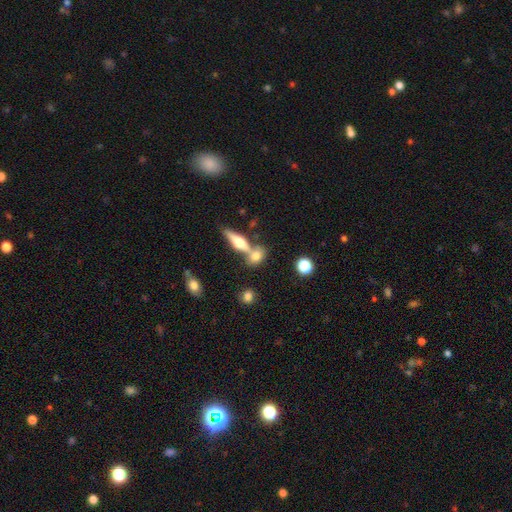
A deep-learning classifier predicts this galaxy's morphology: Smooth or featured? Predicted: smooth (p=0.67). How rounded? Predicted: in between (p=0.61). Merging? Predicted: none (p=0.44).